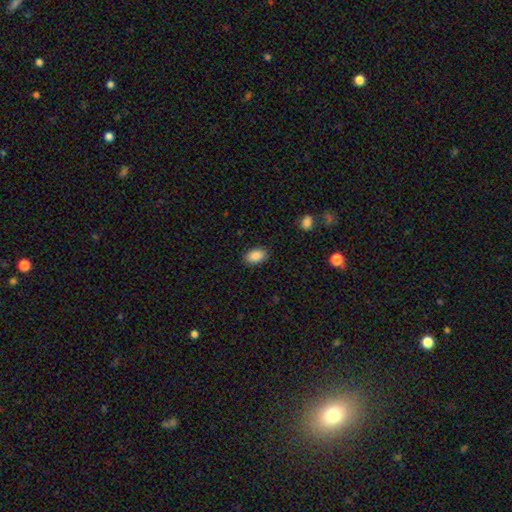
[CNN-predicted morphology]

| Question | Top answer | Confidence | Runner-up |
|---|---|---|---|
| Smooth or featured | smooth | 89% | star or artifact (8%) |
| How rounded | in between | 91% | round (8%) |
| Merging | none | 88% | minor disturbance (9%) |